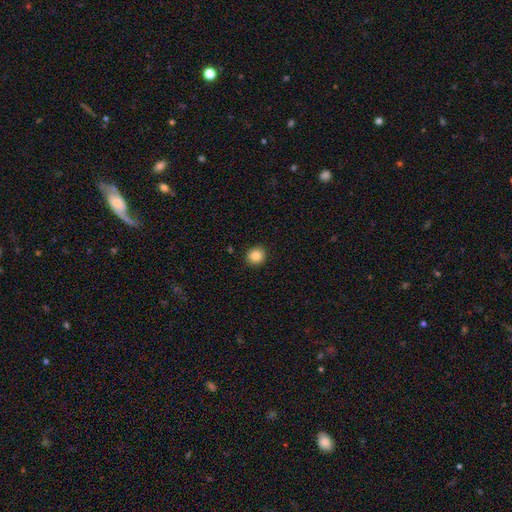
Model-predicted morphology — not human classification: smooth-or-featured: smooth: 85% | star or artifact: 10% | featured or disk: 5%
  how-rounded: round: 87% | in between: 12% | cigar-shaped: 1%
  merging: none: 92% | minor disturbance: 6% | major disturbance: 2% | merger: 1%